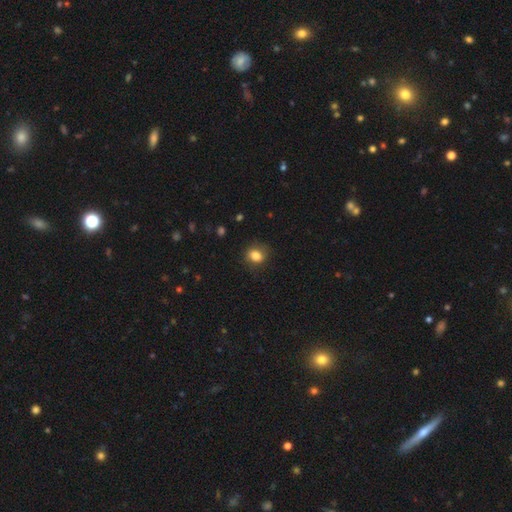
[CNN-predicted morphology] Smooth or featured?
  - smooth: 83% *
  - star or artifact: 10%
  - featured or disk: 7%
How rounded?
  - round: 59% *
  - in between: 40%
  - cigar-shaped: 1%
Merging?
  - none: 80% *
  - minor disturbance: 15%
  - major disturbance: 4%
  - merger: 1%